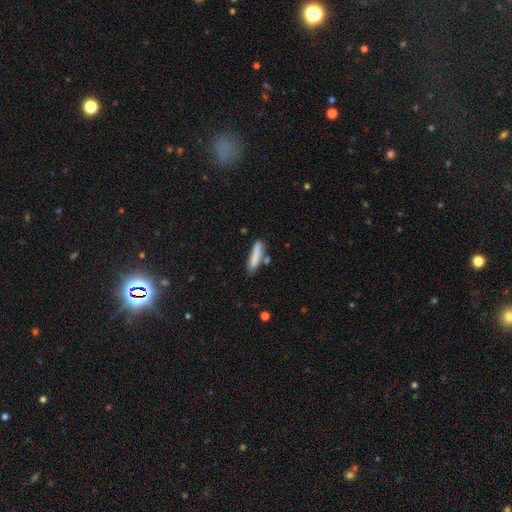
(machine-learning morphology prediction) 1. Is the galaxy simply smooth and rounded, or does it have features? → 82% smooth, 12% featured or disk, 7% star or artifact.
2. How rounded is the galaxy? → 84% cigar-shaped, 15% in between, 2% round.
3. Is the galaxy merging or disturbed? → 70% none, 17% minor disturbance, 9% merger, 4% major disturbance.